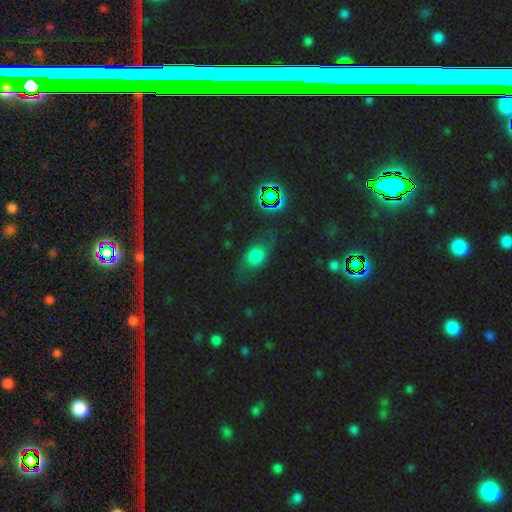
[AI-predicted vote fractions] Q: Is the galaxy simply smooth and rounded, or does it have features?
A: smooth — 53%.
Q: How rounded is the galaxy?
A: in between — 59%.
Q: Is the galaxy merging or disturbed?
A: none — 62%.